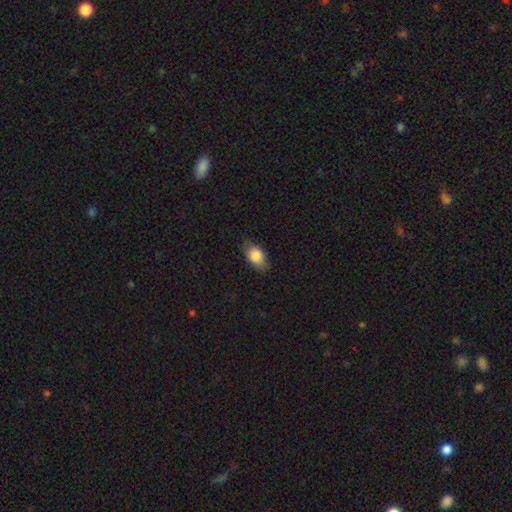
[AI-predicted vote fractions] Smooth or featured? Predicted: smooth (p=0.83). How rounded? Predicted: in between (p=0.88). Merging? Predicted: none (p=0.78).